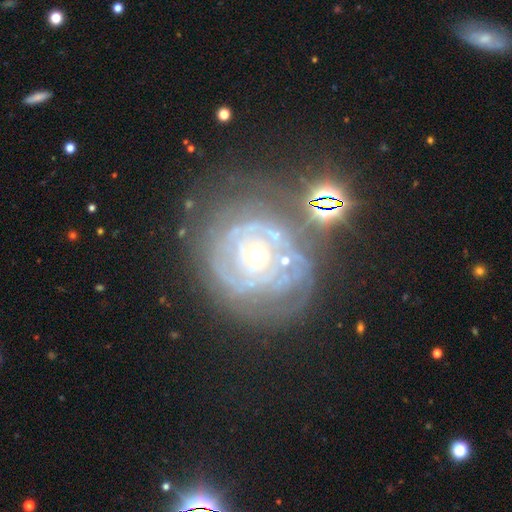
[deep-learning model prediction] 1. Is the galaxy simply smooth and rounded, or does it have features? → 83% featured or disk, 9% smooth, 8% star or artifact.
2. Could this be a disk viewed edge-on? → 97% no, 3% yes.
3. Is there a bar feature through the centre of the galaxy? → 81% no, 13% weak, 5% strong.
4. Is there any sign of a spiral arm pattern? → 85% yes, 15% no.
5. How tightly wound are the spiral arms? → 77% tight, 17% medium, 6% loose.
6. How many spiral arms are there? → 43% can't tell, 19% 2, 16% 3, 9% 4, 8% more than 4, 6% 1.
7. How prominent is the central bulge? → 50% moderate, 44% small, 3% large, 1% none, 1% dominant.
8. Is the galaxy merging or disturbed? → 58% none, 20% minor disturbance, 15% major disturbance, 7% merger.